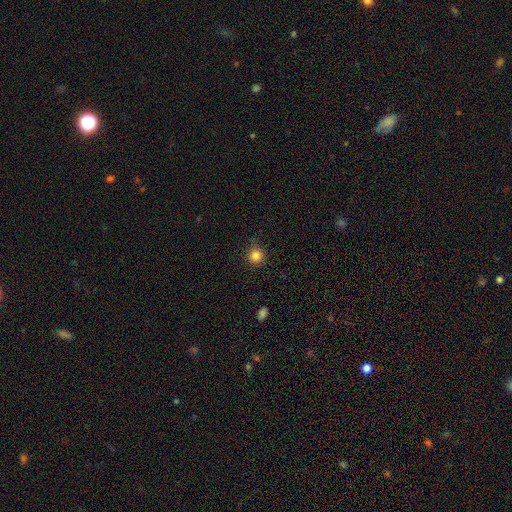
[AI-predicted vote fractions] A smooth galaxy with no disk features (84%) that is round (94%). Merging: none (86%).